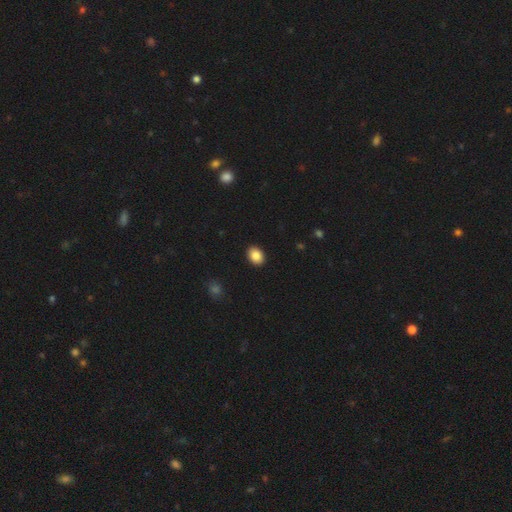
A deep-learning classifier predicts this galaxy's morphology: A smooth galaxy with no disk features (86%) that is in between round and cigar-shaped (68%).

Vote fractions:
- Smooth or featured? smooth: 86% / star or artifact: 9% / featured or disk: 5%
- How rounded? in between: 68% / round: 31% / cigar-shaped: 1%
- Merging? none: 91% / minor disturbance: 6% / major disturbance: 2% / merger: 1%